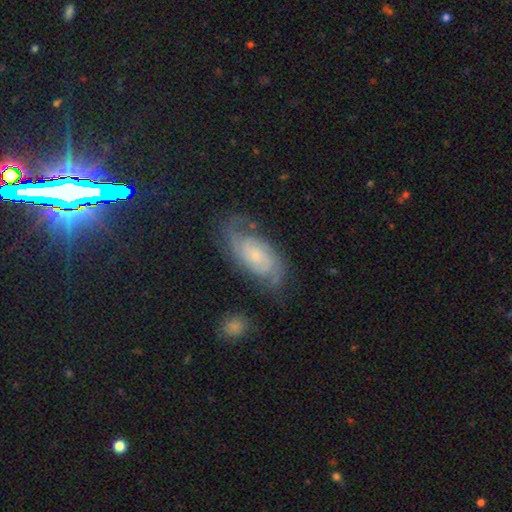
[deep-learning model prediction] Smooth or featured?
  - featured or disk: 80% *
  - smooth: 13%
  - star or artifact: 7%
Edge-on disk?
  - no: 96% *
  - yes: 4%
Bar?
  - no: 66% *
  - weak: 28%
  - strong: 6%
Spiral arms?
  - yes: 95% *
  - no: 5%
Spiral winding?
  - tight: 46% *
  - medium: 40%
  - loose: 14%
Spiral arm count?
  - 2: 74% *
  - can't tell: 14%
  - 3: 6%
  - 1: 3%
  - 4: 2%
  - more than 4: 2%
Bulge size?
  - small: 72% *
  - moderate: 20%
  - none: 4%
  - large: 2%
  - dominant: 1%
Merging?
  - none: 69% *
  - minor disturbance: 19%
  - major disturbance: 9%
  - merger: 2%